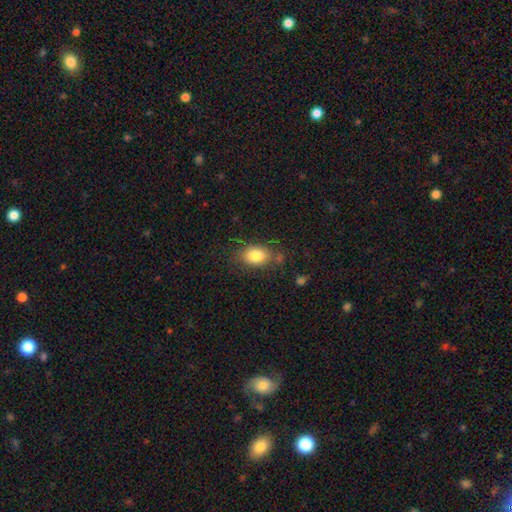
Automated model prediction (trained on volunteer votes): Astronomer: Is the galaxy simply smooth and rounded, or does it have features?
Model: smooth — 81%.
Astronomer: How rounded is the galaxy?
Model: in between — 79%.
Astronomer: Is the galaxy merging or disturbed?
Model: none — 72%.